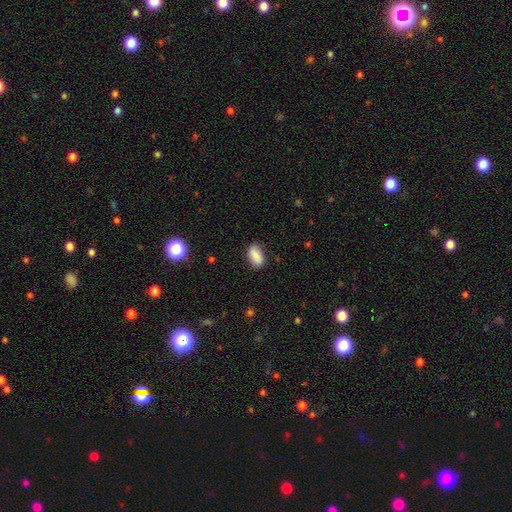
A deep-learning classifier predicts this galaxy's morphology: type=smooth (82%); roundness=in between (90%); merging=none (79%).